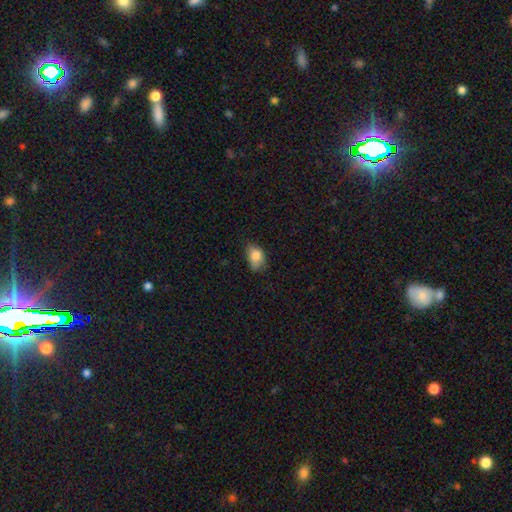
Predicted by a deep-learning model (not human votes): Smooth or featured?
  - smooth: 83% *
  - featured or disk: 9%
  - star or artifact: 8%
How rounded?
  - in between: 80% *
  - round: 18%
  - cigar-shaped: 1%
Merging?
  - none: 54% *
  - minor disturbance: 36%
  - major disturbance: 8%
  - merger: 2%